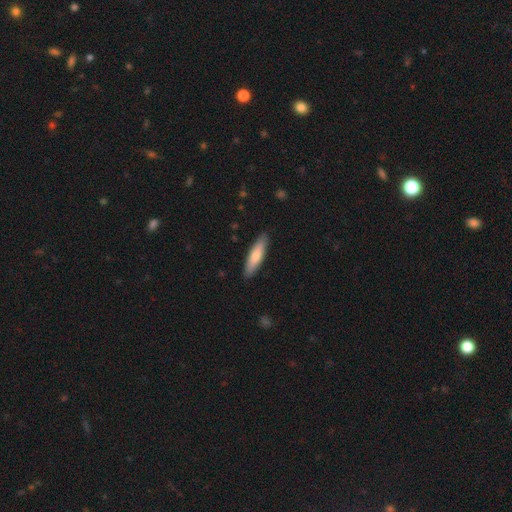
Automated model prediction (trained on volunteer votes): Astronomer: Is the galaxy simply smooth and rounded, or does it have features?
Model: smooth — 74%.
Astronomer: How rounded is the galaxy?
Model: cigar-shaped — 72%.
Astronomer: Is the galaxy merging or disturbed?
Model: none — 89%.